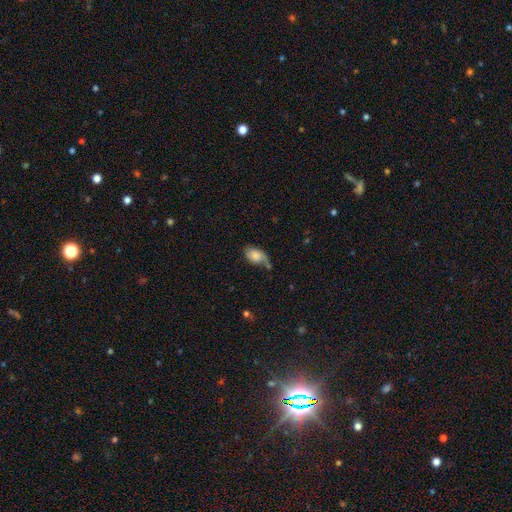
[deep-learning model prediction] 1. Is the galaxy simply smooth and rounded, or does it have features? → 64% smooth, 28% featured or disk, 8% star or artifact.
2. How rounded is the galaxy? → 89% in between, 9% round, 2% cigar-shaped.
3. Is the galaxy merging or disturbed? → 42% none, 33% minor disturbance, 17% major disturbance, 7% merger.